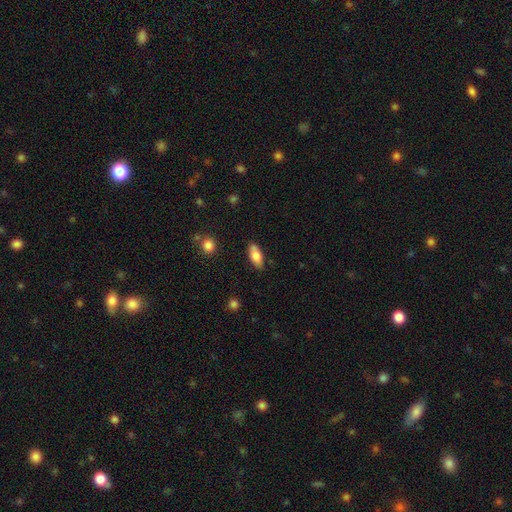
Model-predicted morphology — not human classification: Smooth or featured: smooth — 77% (featured or disk — 16%)
How rounded: in between — 81% (cigar-shaped — 16%)
Merging: none — 82% (minor disturbance — 13%)